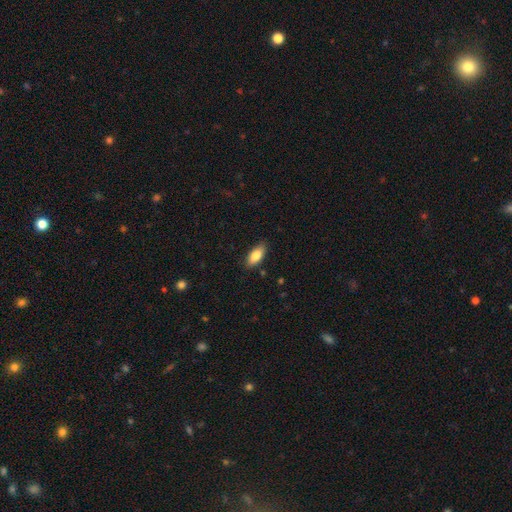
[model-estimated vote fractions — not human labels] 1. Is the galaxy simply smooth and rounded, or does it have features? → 84% smooth, 10% featured or disk, 7% star or artifact.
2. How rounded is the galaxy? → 85% in between, 12% cigar-shaped, 2% round.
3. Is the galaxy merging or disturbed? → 84% none, 12% minor disturbance, 2% major disturbance, 1% merger.